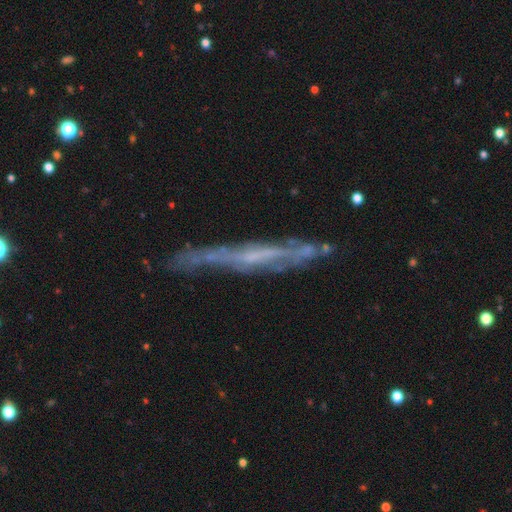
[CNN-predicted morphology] The model was most divided on "merging": none: 65%, minor disturbance: 23%, major disturbance: 8%, merger: 4%. More confident: edge-on disk — yes (82%); edge-on bulge — none (73%); smooth or featured — featured or disk (71%).